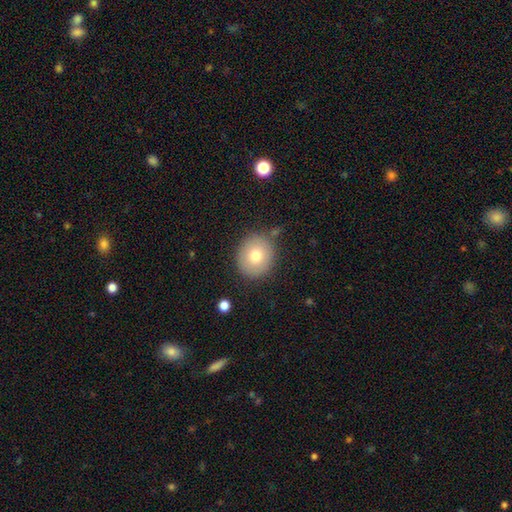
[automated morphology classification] This appears to be a smooth galaxy with no disk features (74%) that is round (82%). Merging: none (83%).